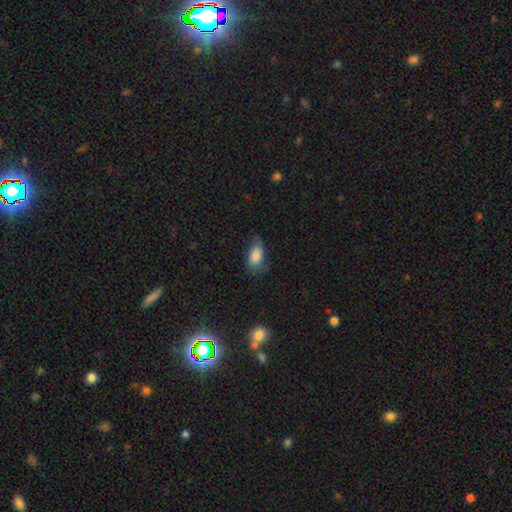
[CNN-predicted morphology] A smooth galaxy with no disk features (80%) that is in between round and cigar-shaped (90%).

Vote fractions:
- Smooth or featured? smooth: 80% / featured or disk: 12% / star or artifact: 8%
- How rounded? in between: 90% / round: 7% / cigar-shaped: 3%
- Merging? none: 52% / minor disturbance: 33% / major disturbance: 13% / merger: 2%